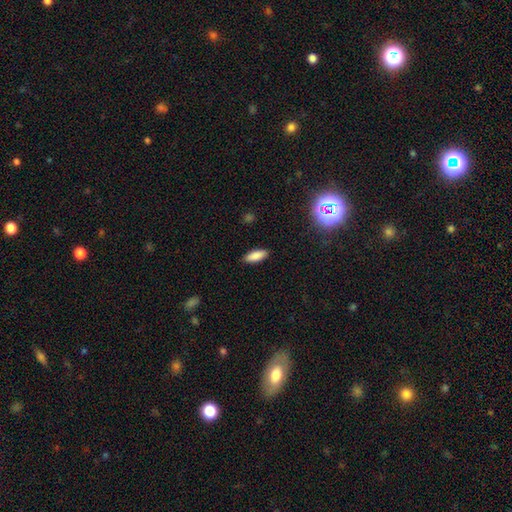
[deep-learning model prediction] Overall: smooth (86%). How rounded: in between (72%). Merging: none (88%).